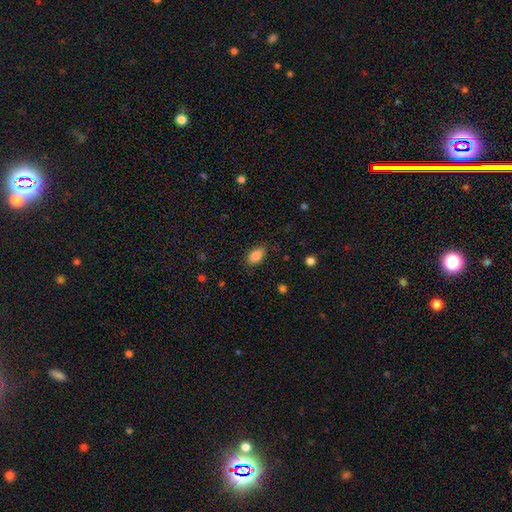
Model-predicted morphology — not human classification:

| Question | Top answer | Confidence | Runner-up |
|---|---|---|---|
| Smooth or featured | smooth | 87% | star or artifact (8%) |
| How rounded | in between | 90% | round (8%) |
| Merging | none | 79% | minor disturbance (16%) |